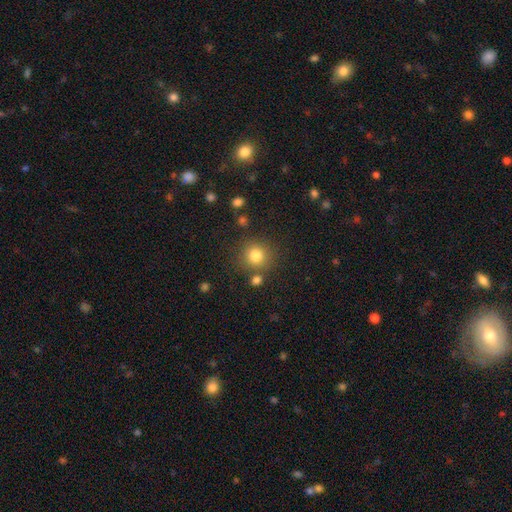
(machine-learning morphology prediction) Q: Smooth or featured?
A: smooth (81%); runner-up: star or artifact (12%)
Q: How rounded?
A: round (91%); runner-up: in between (8%)
Q: Merging?
A: none (79%); runner-up: minor disturbance (9%)